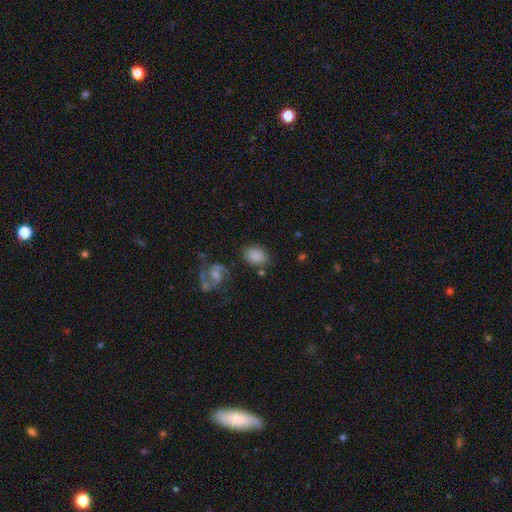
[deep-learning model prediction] Overall: smooth (80%). How rounded: in between (72%). Merging: none (70%).